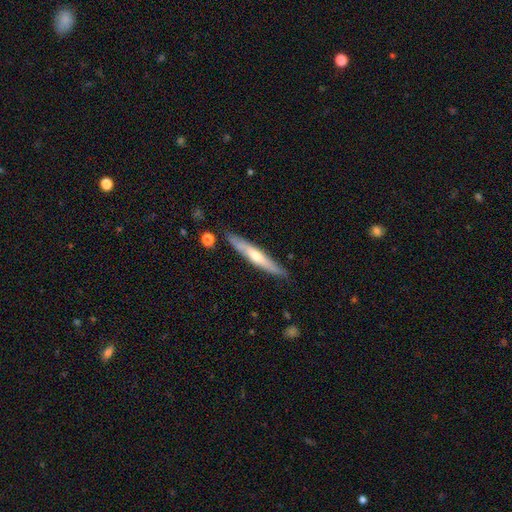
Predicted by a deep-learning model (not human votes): This appears to be a featured or disk galaxy (55%) viewed edge-on (90%). Merging: none (85%).